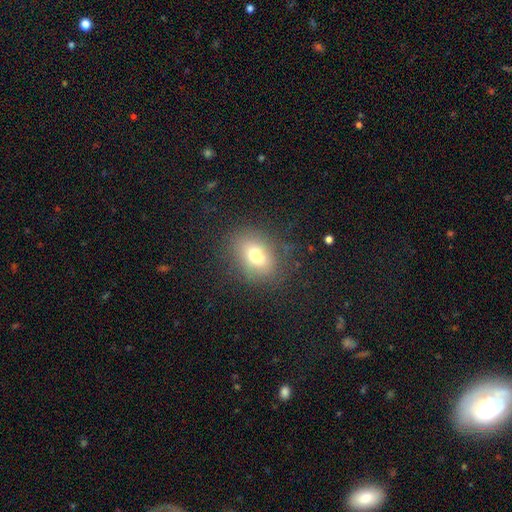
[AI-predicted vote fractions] Smooth or featured?
  - smooth: 74% *
  - featured or disk: 14%
  - star or artifact: 12%
How rounded?
  - in between: 70% *
  - round: 28%
  - cigar-shaped: 2%
Merging?
  - none: 79% *
  - minor disturbance: 13%
  - major disturbance: 6%
  - merger: 1%